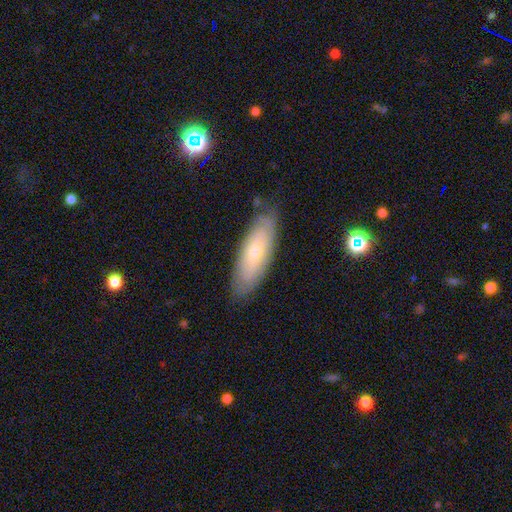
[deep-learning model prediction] smooth_or_featured: smooth (p=0.47) [alt: featured or disk p=0.45]
merging: none (p=0.83) [alt: minor disturbance p=0.13]